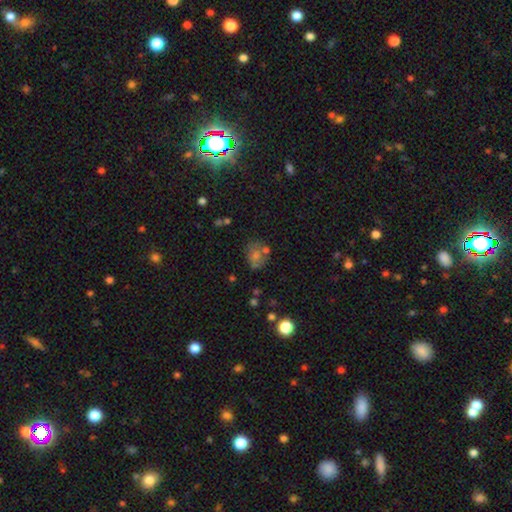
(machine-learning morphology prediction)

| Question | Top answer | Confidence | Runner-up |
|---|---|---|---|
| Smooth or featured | smooth | 58% | star or artifact (24%) |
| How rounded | round | 54% | in between (44%) |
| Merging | none | 59% | minor disturbance (18%) |